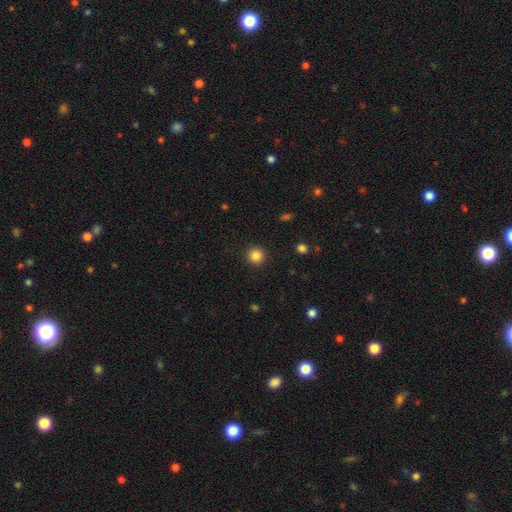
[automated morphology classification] type=smooth (85%); roundness=round (94%); merging=none (92%).